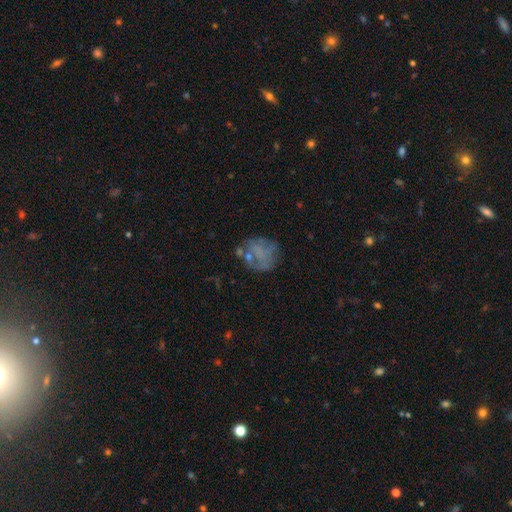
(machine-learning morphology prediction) type=smooth (42%); merging=none (59%).